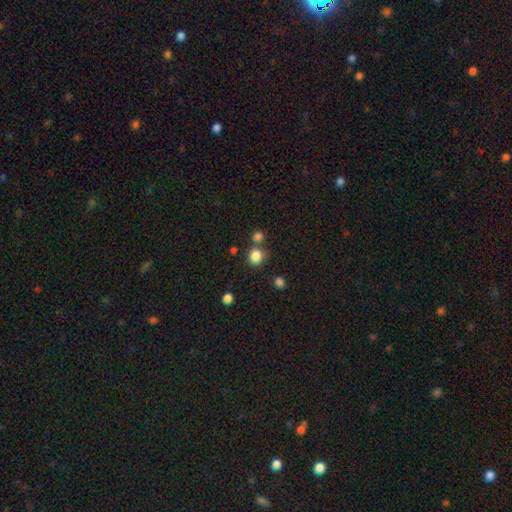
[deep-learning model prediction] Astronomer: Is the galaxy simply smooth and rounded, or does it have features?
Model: smooth — 84%.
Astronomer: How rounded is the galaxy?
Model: round — 84%.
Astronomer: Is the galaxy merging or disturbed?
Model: none — 70%.